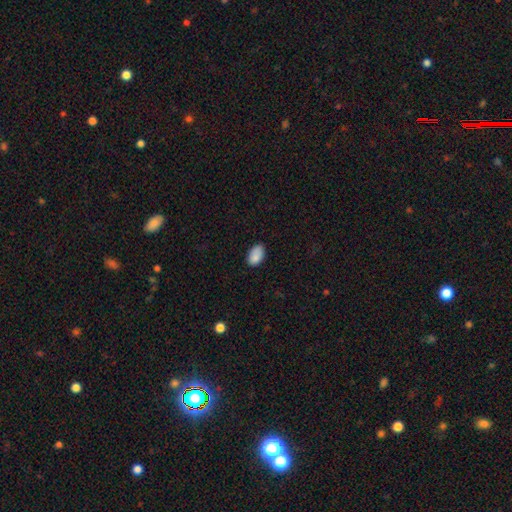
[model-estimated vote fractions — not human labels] Smooth or featured: smooth — 87% (star or artifact — 8%)
How rounded: in between — 93% (round — 6%)
Merging: none — 77% (minor disturbance — 18%)